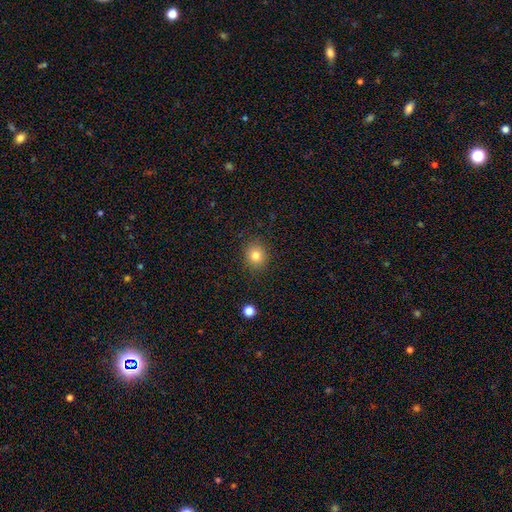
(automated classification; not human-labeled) This appears to be a smooth galaxy with no disk features (81%) that is round (81%). Merging: none (88%).